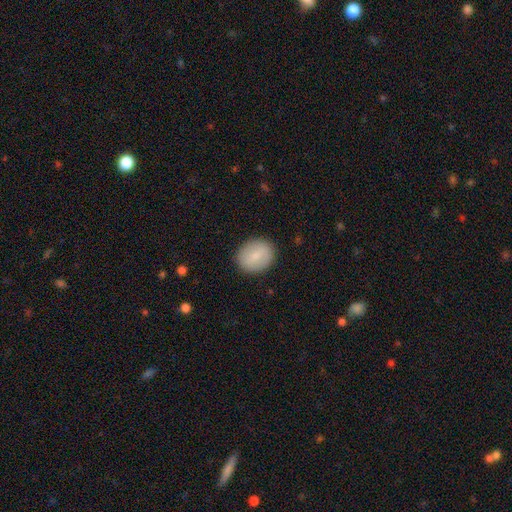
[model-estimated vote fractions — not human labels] Smooth or featured? Predicted: smooth (p=0.75). How rounded? Predicted: round (p=0.59). Merging? Predicted: none (p=0.88).